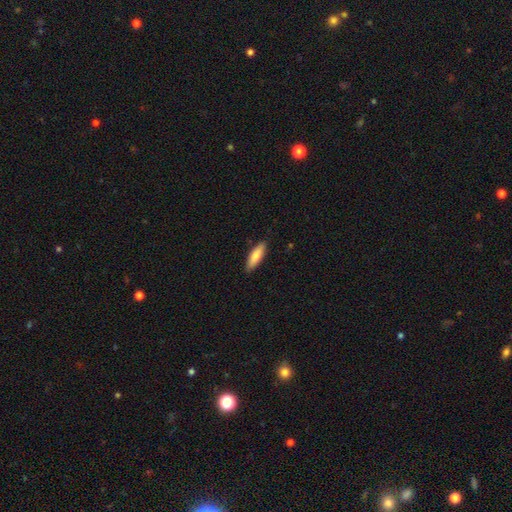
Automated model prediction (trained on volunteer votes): Morphology: type=smooth (82%); roundness=cigar-shaped (54%); merging=none (88%).